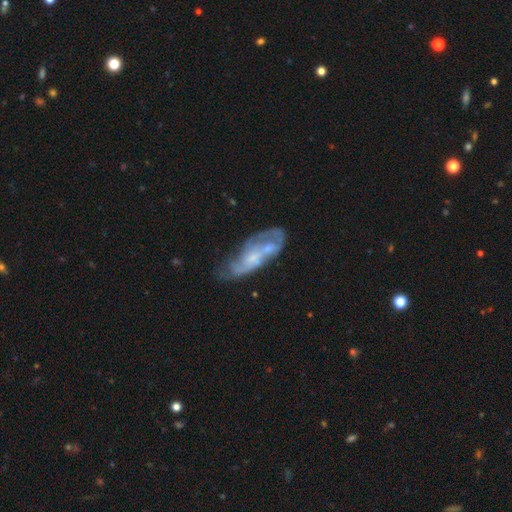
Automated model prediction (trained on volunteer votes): featured or disk 69%, smooth 22%, star or artifact 10%. Down the decision tree: edge-on disk — no (85%); bar — no (63%); spiral arms — yes (75%); bulge size — small (44%); merging — none (55%).